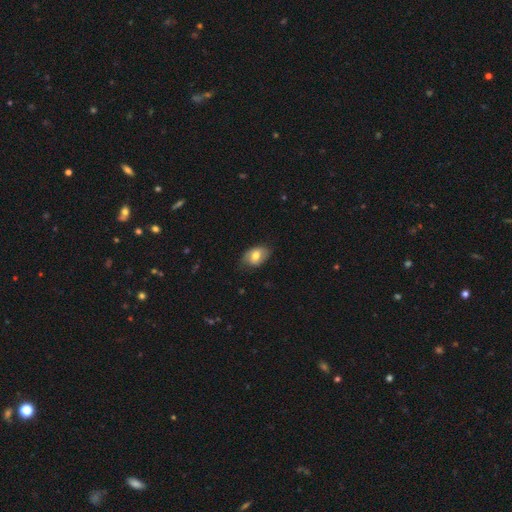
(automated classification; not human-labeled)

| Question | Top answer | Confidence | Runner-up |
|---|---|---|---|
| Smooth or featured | smooth | 64% | featured or disk (29%) |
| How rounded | in between | 85% | round (14%) |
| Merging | none | 73% | minor disturbance (21%) |